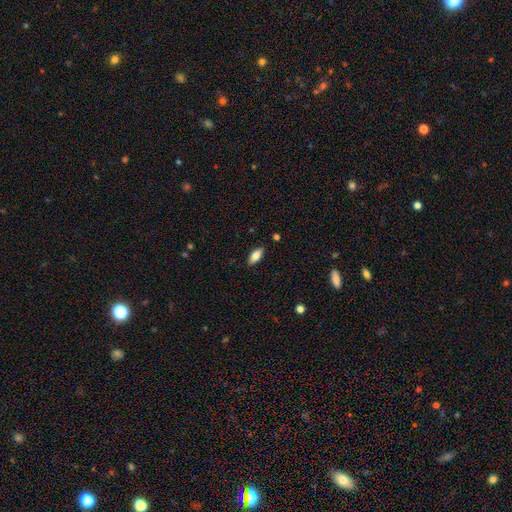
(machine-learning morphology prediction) Overall: smooth (80%). How rounded: in between (87%). Merging: none (87%).